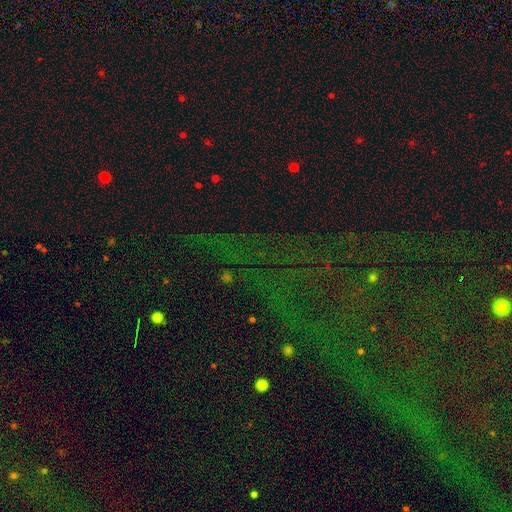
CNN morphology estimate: star or artifact 82%, featured or disk 9%, smooth 9%.